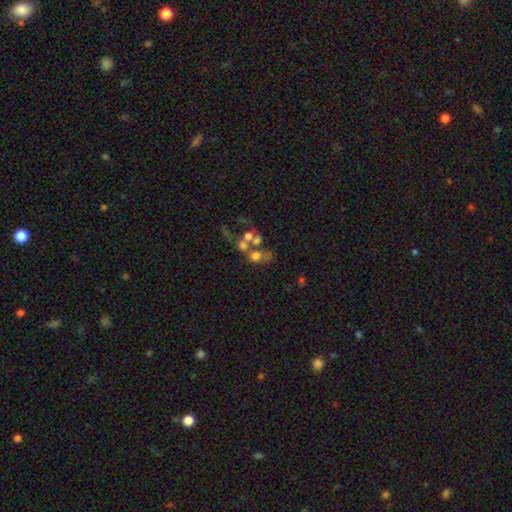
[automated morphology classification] smooth-or-featured: smooth: 48% | featured or disk: 34% | star or artifact: 17%
  merging: merger: 59% | none: 20% | major disturbance: 13% | minor disturbance: 7%